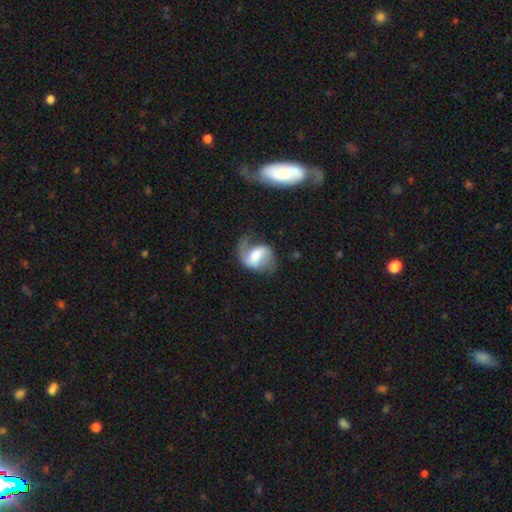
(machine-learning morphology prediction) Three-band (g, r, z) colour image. It shows a featured or disk galaxy (76%) with a weak bar (45%), 2 (80%) loose (52%) spiral arms (93%) and a moderate central bulge (49%). Merging: none (55%).